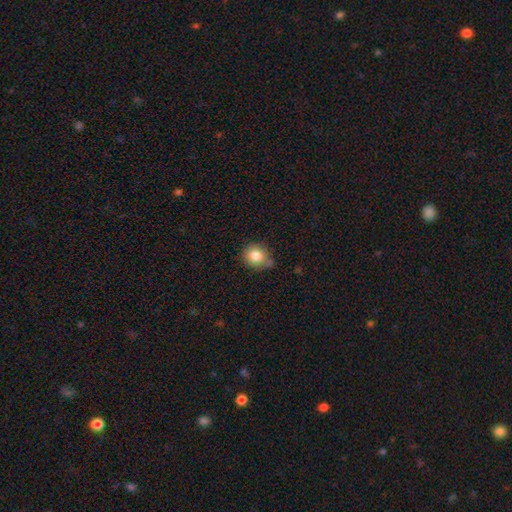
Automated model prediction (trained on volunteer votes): Smooth or featured? Predicted: smooth (p=0.84). How rounded? Predicted: round (p=0.81). Merging? Predicted: none (p=0.61).